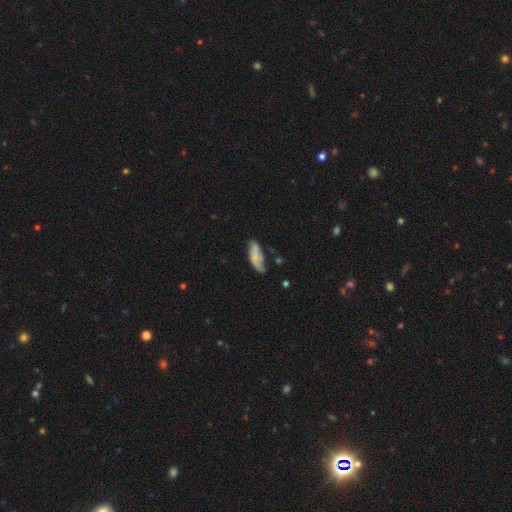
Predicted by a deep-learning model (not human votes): This is possibly a smooth galaxy (58%). How rounded: likely in between (72%). Merging: marginally none (45%).